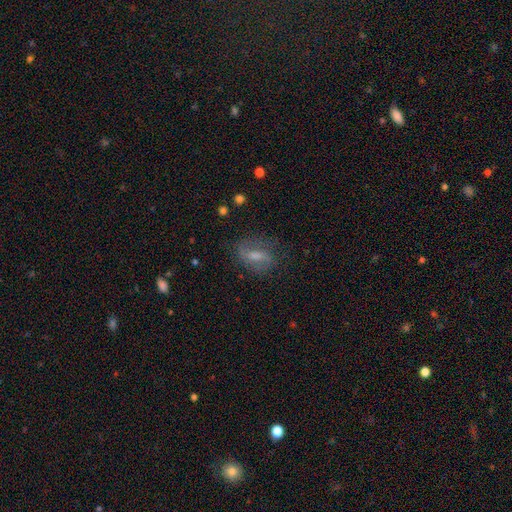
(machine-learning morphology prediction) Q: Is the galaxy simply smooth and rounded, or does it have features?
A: featured or disk — 55%.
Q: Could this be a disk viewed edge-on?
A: no — 92%.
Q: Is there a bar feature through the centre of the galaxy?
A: weak — 46%.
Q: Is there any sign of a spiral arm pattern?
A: yes — 78%.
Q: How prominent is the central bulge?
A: moderate — 37%.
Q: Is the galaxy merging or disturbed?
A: none — 68%.